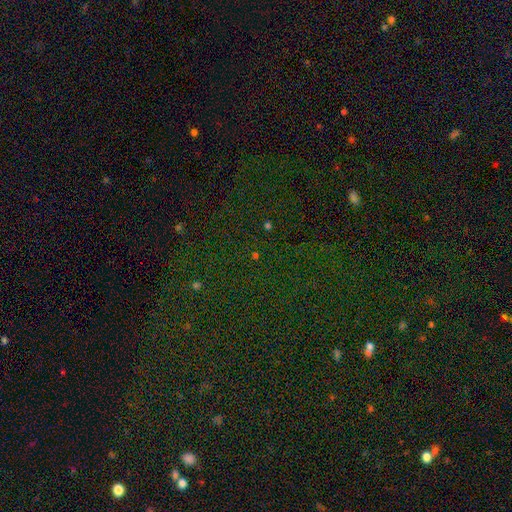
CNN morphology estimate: Smooth or featured? Predicted: star or artifact (p=0.73).